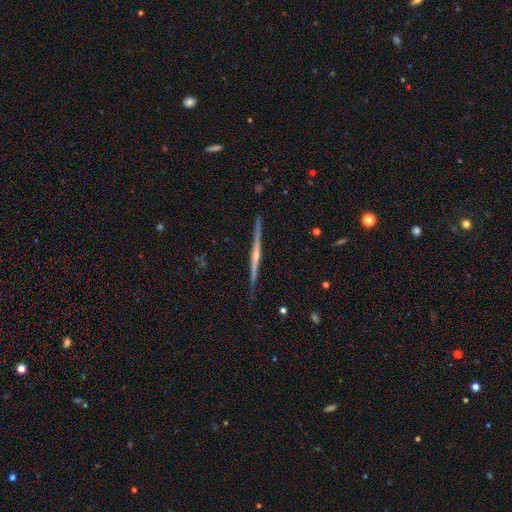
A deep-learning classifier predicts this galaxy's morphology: A featured or disk galaxy (81%) viewed edge-on (98%) with a rounded central bulge (65%).

Vote fractions:
- Smooth or featured? featured or disk: 81% / smooth: 13% / star or artifact: 6%
- Edge-on disk? yes: 98% / no: 2%
- Edge-on bulge? rounded: 65% / none: 28% / boxy: 8%
- Merging? none: 89% / minor disturbance: 8% / major disturbance: 1% / merger: 1%